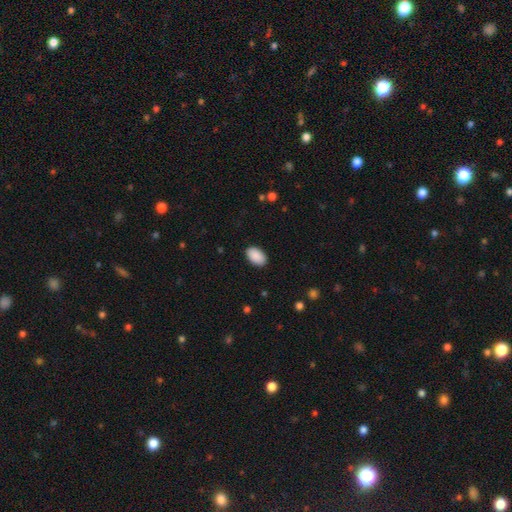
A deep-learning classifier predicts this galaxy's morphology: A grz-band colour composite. It shows a smooth galaxy with no disk features (91%) that is in between round and cigar-shaped (93%). Merging: none (89%).